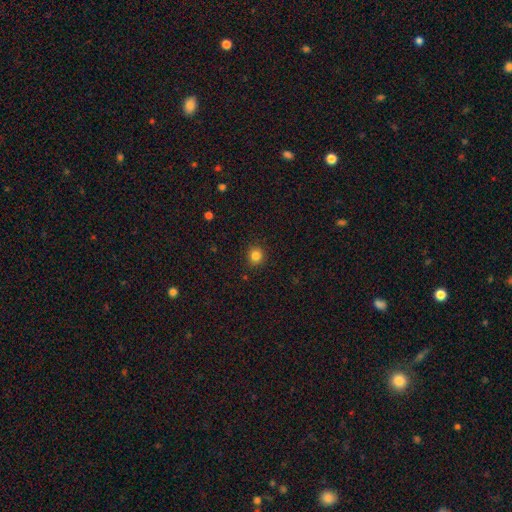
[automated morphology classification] smooth_or_featured: smooth (p=0.84) [alt: star or artifact p=0.12]
how_rounded: round (p=0.90) [alt: in between p=0.10]
merging: none (p=0.91) [alt: minor disturbance p=0.06]